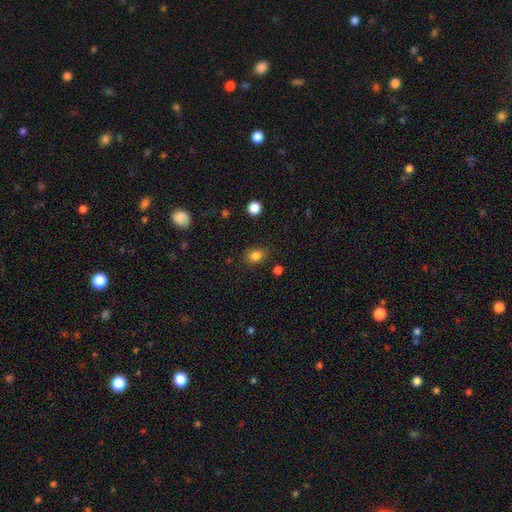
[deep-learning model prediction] Smooth or featured?
  - smooth: 83% *
  - star or artifact: 12%
  - featured or disk: 5%
How rounded?
  - in between: 55% *
  - round: 44%
  - cigar-shaped: 1%
Merging?
  - none: 81% *
  - minor disturbance: 13%
  - major disturbance: 4%
  - merger: 3%